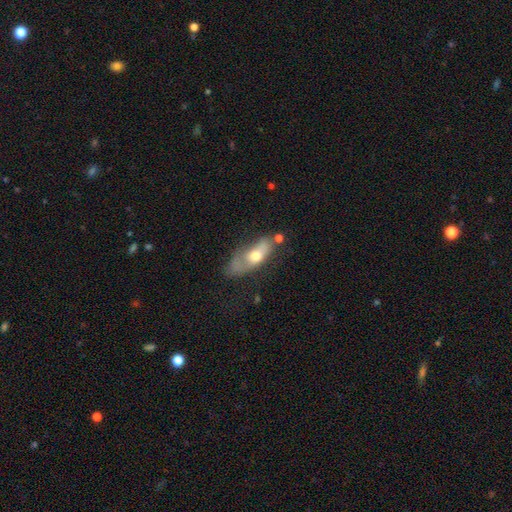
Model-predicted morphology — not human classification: Smooth or featured: smooth — 57% (featured or disk — 36%)
How rounded: in between — 68% (cigar-shaped — 27%)
Merging: none — 34% (minor disturbance — 29%)